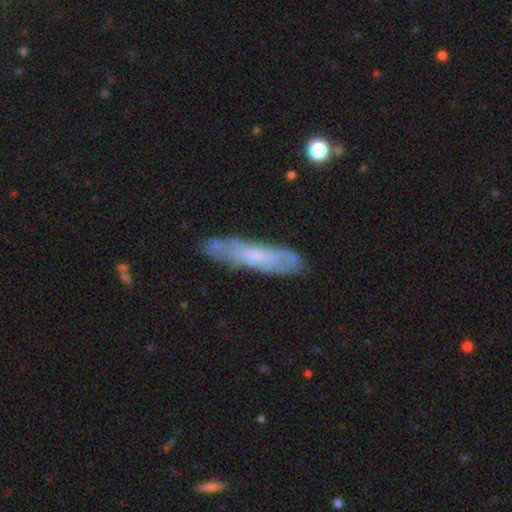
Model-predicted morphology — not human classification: The model was most divided on "smooth or featured": featured or disk: 48%, smooth: 45%, star or artifact: 7%. More confident: merging — none (72%).